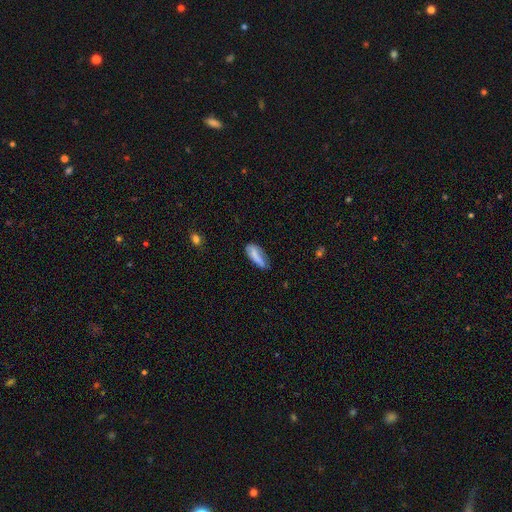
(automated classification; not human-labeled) Smooth or featured?
  - smooth: 75% *
  - featured or disk: 18%
  - star or artifact: 7%
How rounded?
  - in between: 62% *
  - cigar-shaped: 36%
  - round: 2%
Merging?
  - none: 52% *
  - minor disturbance: 34%
  - major disturbance: 11%
  - merger: 3%